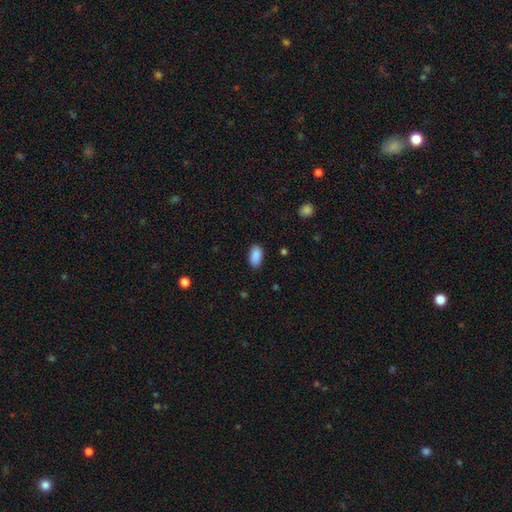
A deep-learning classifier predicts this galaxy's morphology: smooth_or_featured: smooth (p=0.90) [alt: star or artifact p=0.07]
how_rounded: in between (p=0.94) [alt: round p=0.04]
merging: none (p=0.86) [alt: minor disturbance p=0.11]